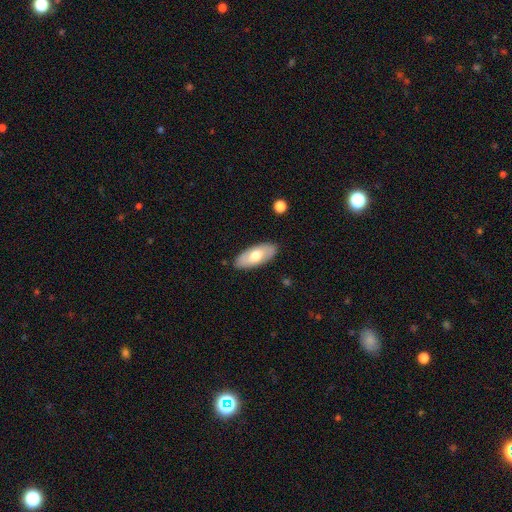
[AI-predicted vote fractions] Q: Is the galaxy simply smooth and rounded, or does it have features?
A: smooth — 62%.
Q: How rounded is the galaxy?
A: in between — 89%.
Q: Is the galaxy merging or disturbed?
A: none — 86%.